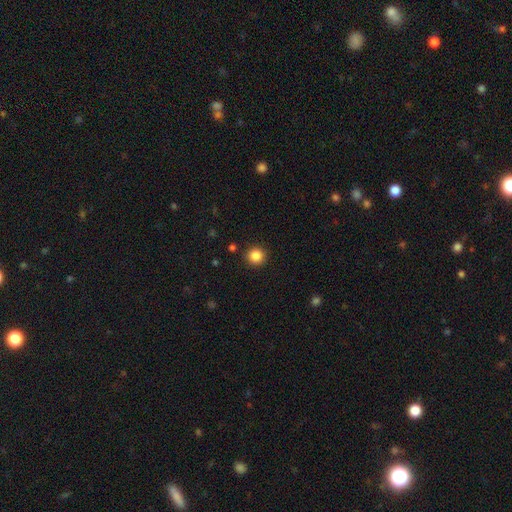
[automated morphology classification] smooth_or_featured: smooth (p=0.85) [alt: star or artifact p=0.11]
how_rounded: round (p=0.94) [alt: in between p=0.05]
merging: none (p=0.92) [alt: minor disturbance p=0.05]